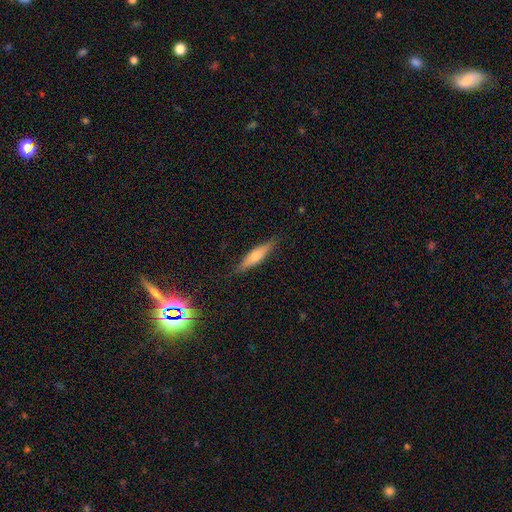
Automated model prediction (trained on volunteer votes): smooth_or_featured: smooth (p=0.54) [alt: featured or disk p=0.39]
how_rounded: cigar-shaped (p=0.77) [alt: in between p=0.21]
merging: none (p=0.85) [alt: minor disturbance p=0.11]